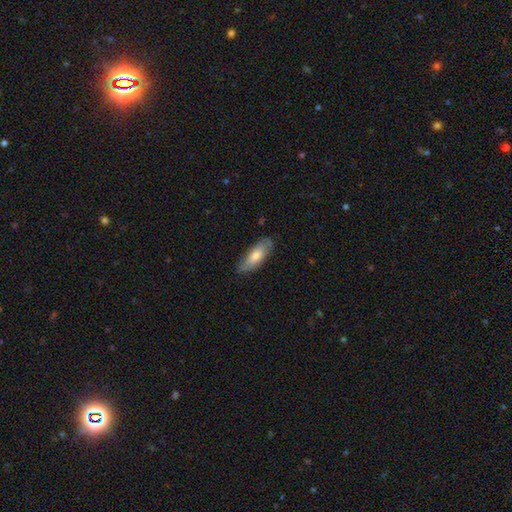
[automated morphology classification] A smooth galaxy with no disk features (69%) that is in between round and cigar-shaped (71%). Merging: none (77%).